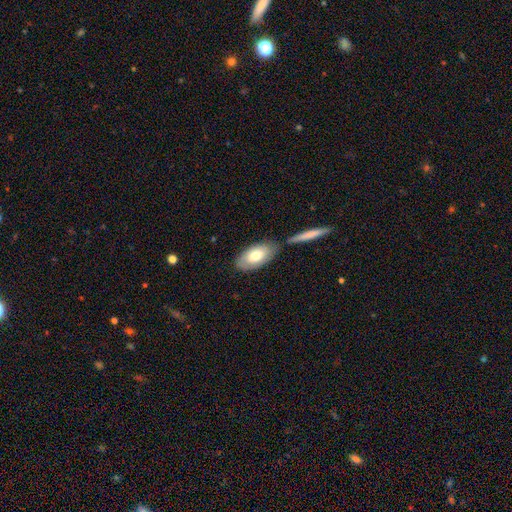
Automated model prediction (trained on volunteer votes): Overall: smooth (74%). How rounded: in between (92%). Merging: none (67%).